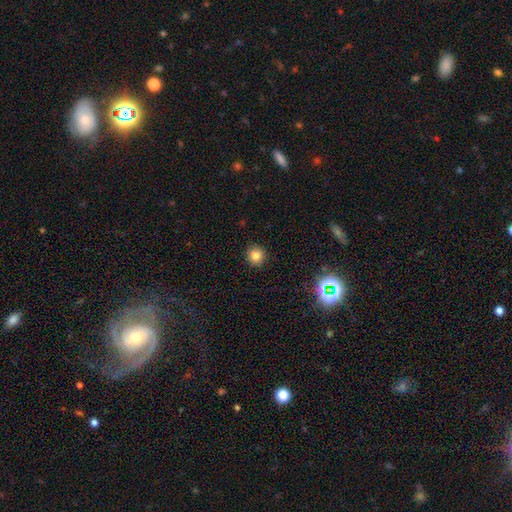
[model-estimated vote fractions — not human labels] Smooth or featured?
  - smooth: 81% *
  - star or artifact: 14%
  - featured or disk: 5%
How rounded?
  - round: 92% *
  - in between: 7%
  - cigar-shaped: 1%
Merging?
  - none: 92% *
  - minor disturbance: 6%
  - major disturbance: 2%
  - merger: 1%